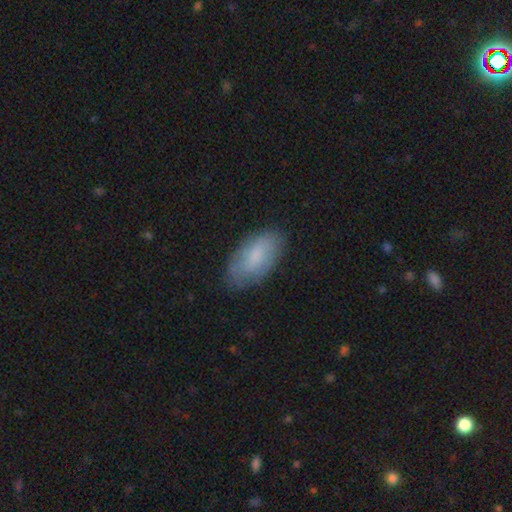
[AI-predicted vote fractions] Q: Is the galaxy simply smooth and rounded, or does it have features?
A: smooth — 75%.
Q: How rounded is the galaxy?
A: in between — 93%.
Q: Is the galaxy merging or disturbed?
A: none — 77%.